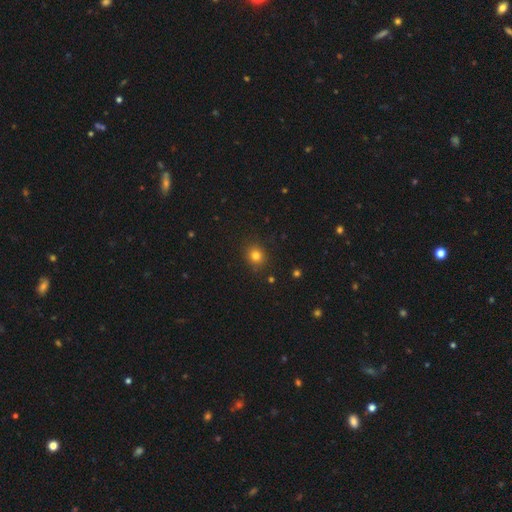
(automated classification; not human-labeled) Q: Smooth or featured?
A: smooth (81%); runner-up: star or artifact (14%)
Q: How rounded?
A: round (79%); runner-up: in between (20%)
Q: Merging?
A: none (89%); runner-up: minor disturbance (8%)